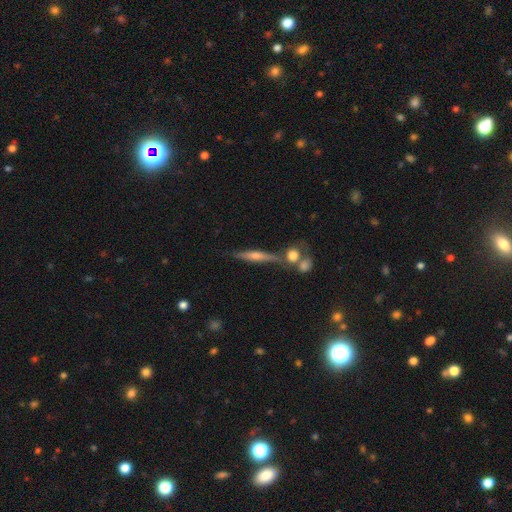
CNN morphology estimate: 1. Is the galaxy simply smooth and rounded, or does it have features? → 69% featured or disk, 21% smooth, 10% star or artifact.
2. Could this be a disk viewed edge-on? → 95% yes, 5% no.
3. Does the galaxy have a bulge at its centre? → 82% rounded, 10% none, 8% boxy.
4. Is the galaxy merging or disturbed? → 74% none, 13% merger, 10% minor disturbance, 3% major disturbance.